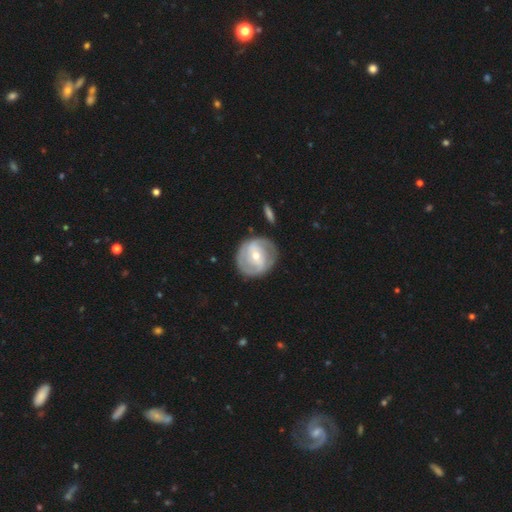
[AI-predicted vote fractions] This appears to be a featured or disk galaxy (75%) with a weak bar (44%), 2 (64%) tight (46%) spiral arms (85%) and a moderate central bulge (52%). Merging: none (77%).